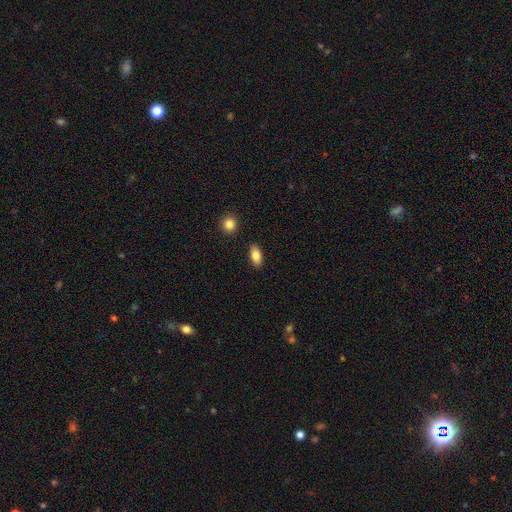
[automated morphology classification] A smooth galaxy with no disk features (83%) that is in between round and cigar-shaped (89%). Merging: none (88%).